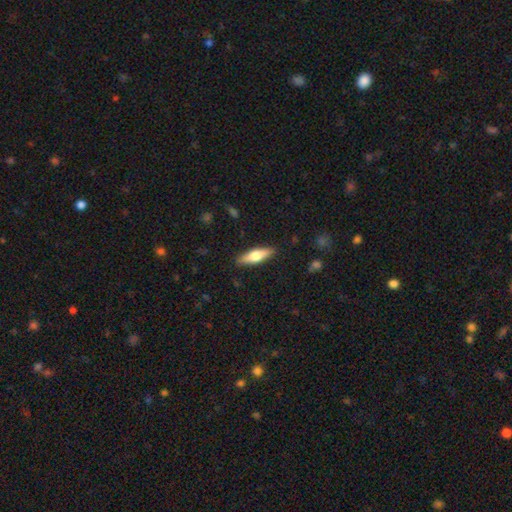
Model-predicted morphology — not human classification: Overall: smooth (58%; featured or disk 36%). How rounded: cigar-shaped (54%; in between 43%). Merging: none (88%).